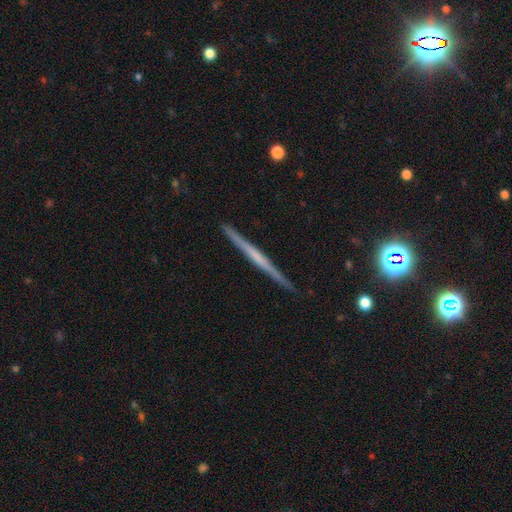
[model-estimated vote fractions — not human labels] Smooth or featured?
  - featured or disk: 66% *
  - smooth: 28%
  - star or artifact: 6%
Edge-on disk?
  - yes: 98% *
  - no: 2%
Edge-on bulge?
  - none: 70% *
  - rounded: 19%
  - boxy: 11%
Merging?
  - none: 91% *
  - minor disturbance: 6%
  - major disturbance: 1%
  - merger: 1%